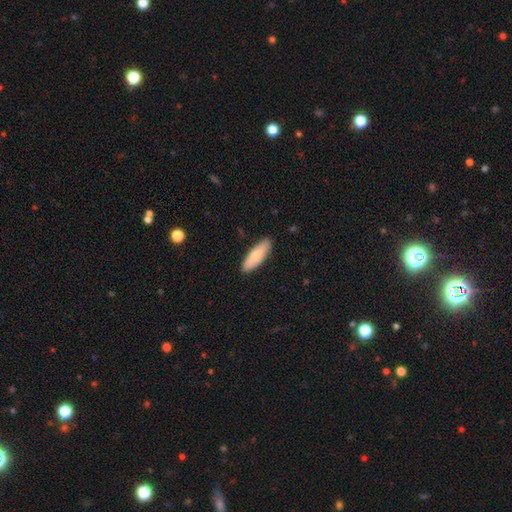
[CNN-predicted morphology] smooth_or_featured: smooth (p=0.79) [alt: featured or disk p=0.16]
how_rounded: in between (p=0.59) [alt: cigar-shaped p=0.39]
merging: none (p=0.88) [alt: minor disturbance p=0.09]